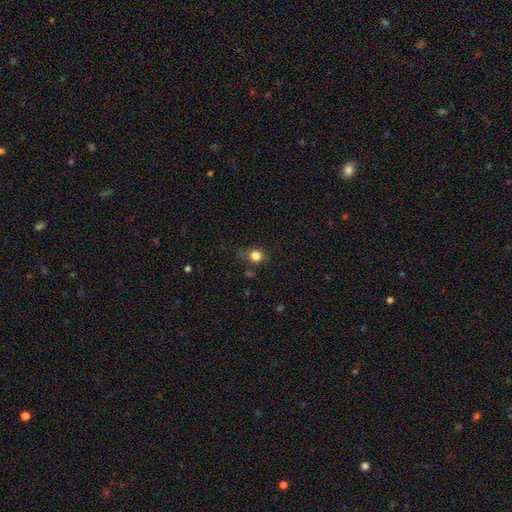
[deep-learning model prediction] This appears to be a smooth galaxy with no disk features (82%) that is round (87%). Merging: none (73%).